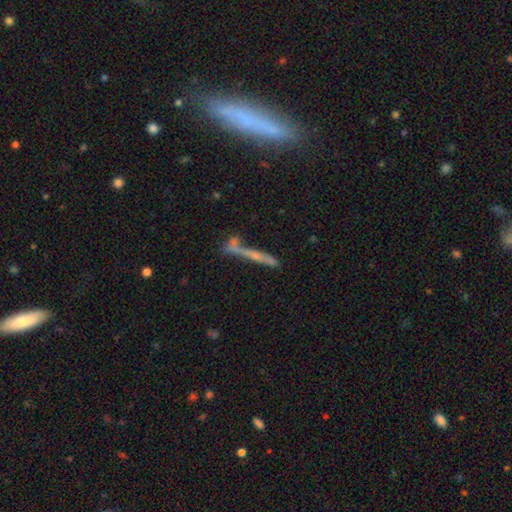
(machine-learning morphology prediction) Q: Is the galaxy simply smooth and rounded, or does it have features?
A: featured or disk — 52%.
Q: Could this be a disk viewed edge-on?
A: yes — 87%.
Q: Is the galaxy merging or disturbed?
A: none — 56%.